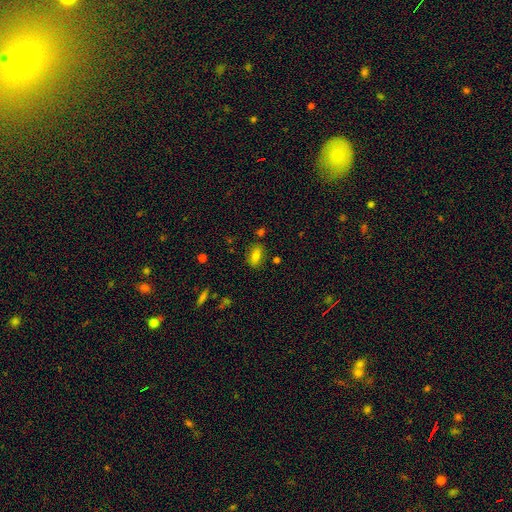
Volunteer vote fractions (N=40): This appears to be a smooth galaxy with no disk features (78%) that is in between round and cigar-shaped (81%). Merging: none (76%).